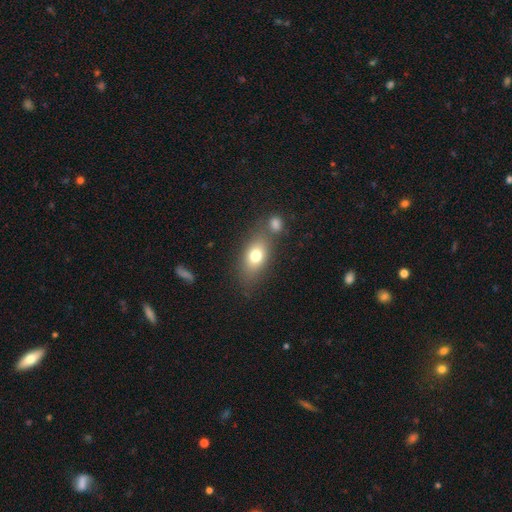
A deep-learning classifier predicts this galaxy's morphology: Smooth or featured? Predicted: smooth (p=0.74). How rounded? Predicted: in between (p=0.80). Merging? Predicted: none (p=0.63).